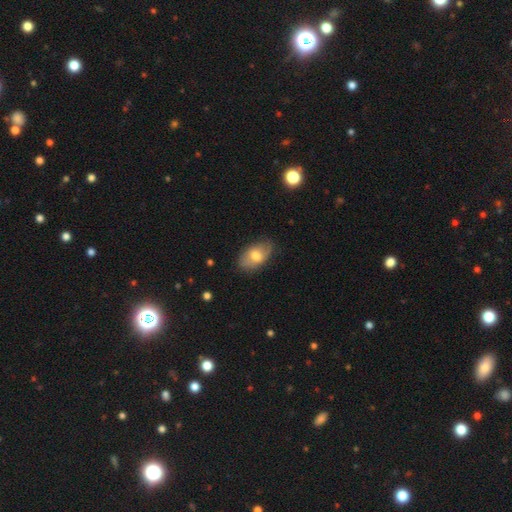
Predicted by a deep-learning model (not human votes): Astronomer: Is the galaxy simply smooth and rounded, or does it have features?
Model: smooth — 64%.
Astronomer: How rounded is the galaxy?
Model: in between — 91%.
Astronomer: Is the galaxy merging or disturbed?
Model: none — 74%.